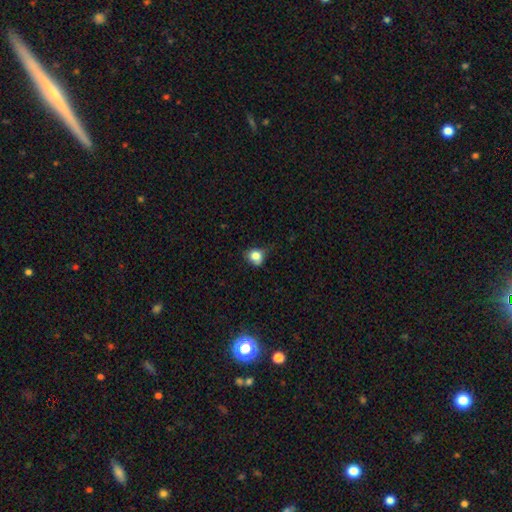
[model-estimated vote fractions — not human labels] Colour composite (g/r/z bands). It shows a smooth galaxy with no disk features (80%) that is round (67%). Merging: none (50%).